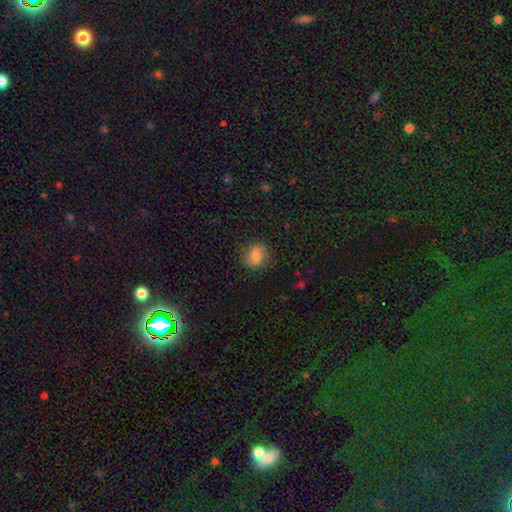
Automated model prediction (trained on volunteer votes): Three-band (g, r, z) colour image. It shows a smooth galaxy with no disk features (62%) that is round (63%). Merging: none (78%).